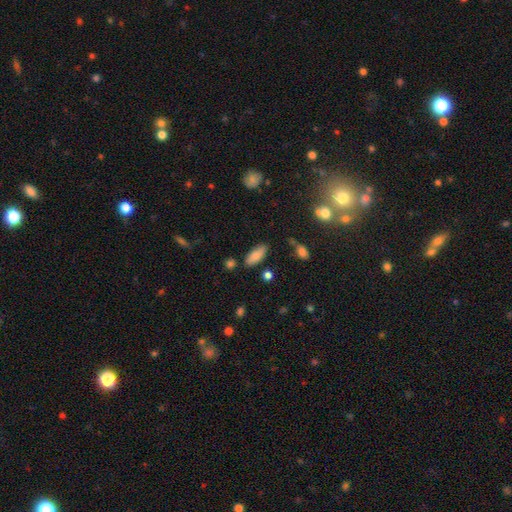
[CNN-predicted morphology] This appears to be a smooth galaxy with no disk features (82%) that is in between round and cigar-shaped (81%). Merging: none (82%).